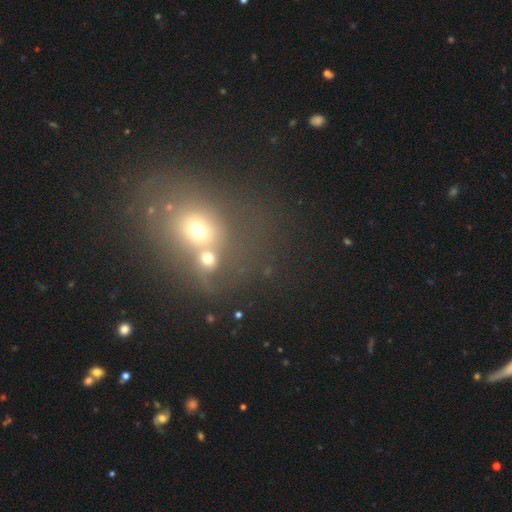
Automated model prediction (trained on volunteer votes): Smooth or featured?
  - smooth: 48% *
  - star or artifact: 34%
  - featured or disk: 18%
Merging?
  - merger: 43% *
  - none: 41%
  - minor disturbance: 10%
  - major disturbance: 6%